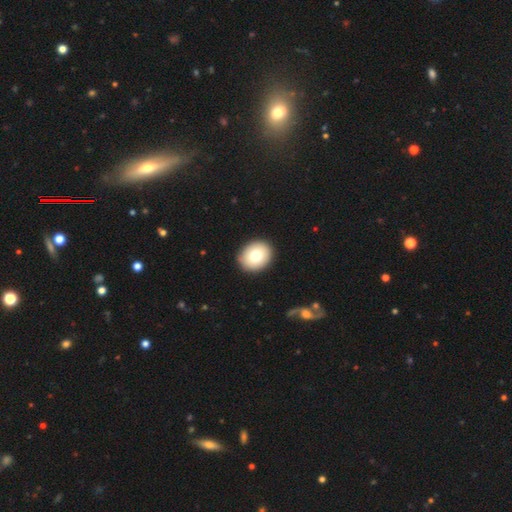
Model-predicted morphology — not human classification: smooth 76%, featured or disk 16%, star or artifact 8%. Down the decision tree: how rounded — round (64%); merging — none (90%).